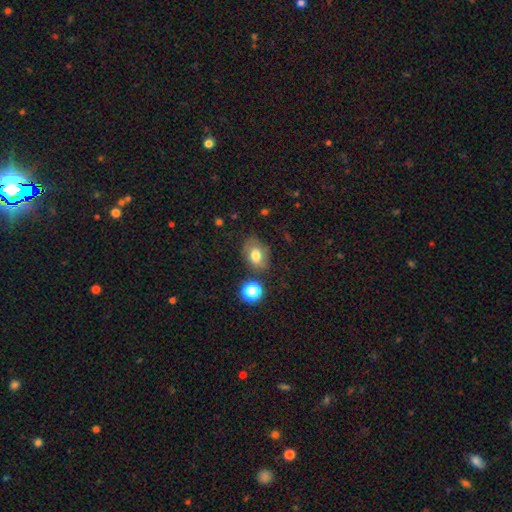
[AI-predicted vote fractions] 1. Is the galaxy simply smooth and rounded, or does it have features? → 71% smooth, 18% featured or disk, 11% star or artifact.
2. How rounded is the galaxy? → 72% in between, 27% round, 1% cigar-shaped.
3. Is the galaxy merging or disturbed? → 66% none, 21% minor disturbance, 7% major disturbance, 5% merger.